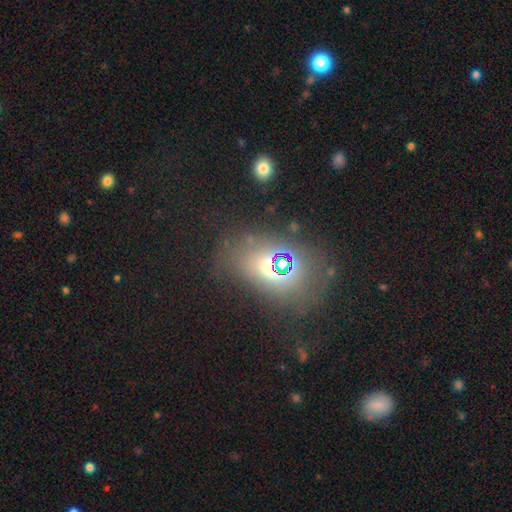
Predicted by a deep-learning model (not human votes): Morphology: type=smooth (46%); merging=none (42%).